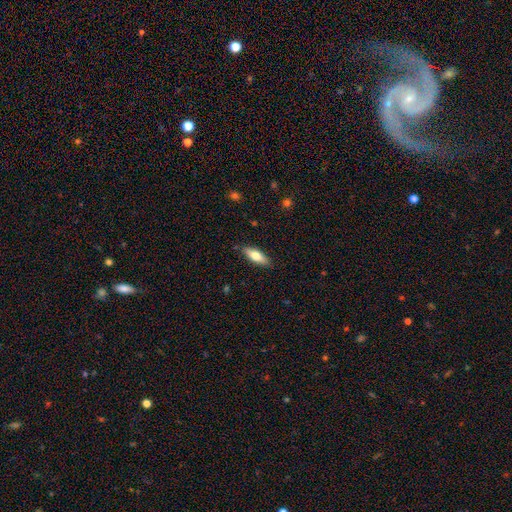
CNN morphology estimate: smooth_or_featured: smooth (p=0.68) [alt: featured or disk p=0.26]
how_rounded: in between (p=0.60) [alt: cigar-shaped p=0.38]
merging: none (p=0.86) [alt: minor disturbance p=0.10]